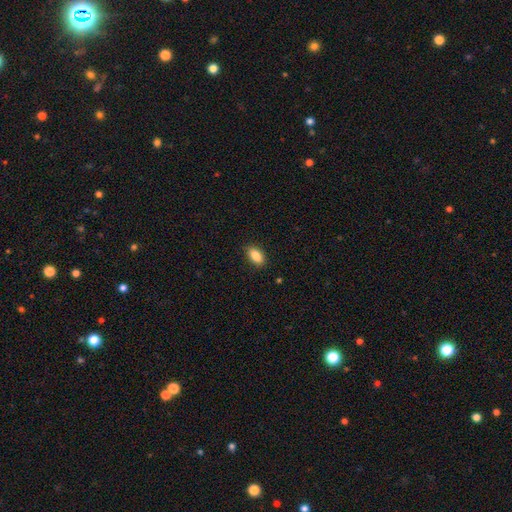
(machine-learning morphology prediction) This appears to be a smooth galaxy with no disk features (86%) that is in between round and cigar-shaped (90%). Merging: none (89%).